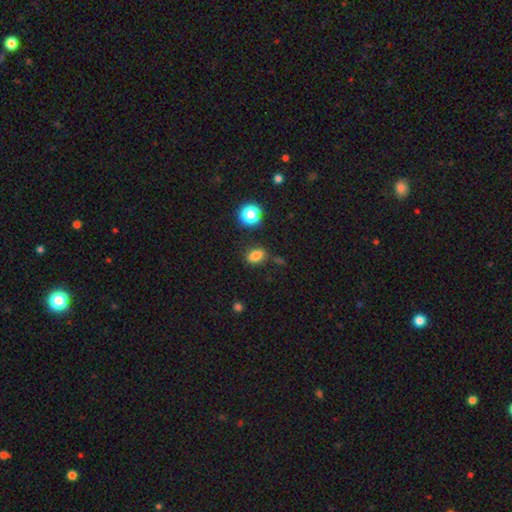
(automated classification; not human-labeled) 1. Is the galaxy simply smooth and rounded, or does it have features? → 80% smooth, 14% star or artifact, 6% featured or disk.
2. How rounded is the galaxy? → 78% in between, 18% round, 4% cigar-shaped.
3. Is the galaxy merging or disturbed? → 77% none, 14% minor disturbance, 5% merger, 4% major disturbance.